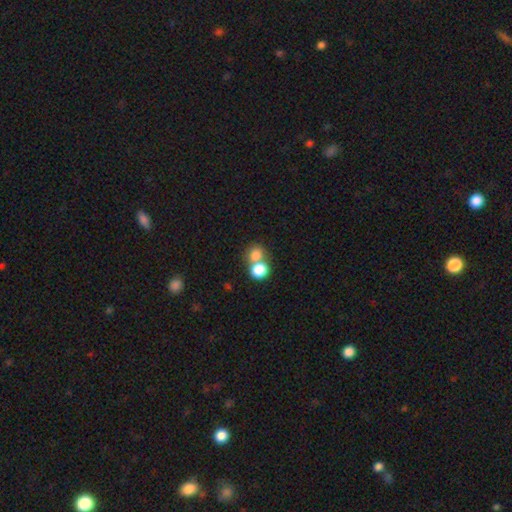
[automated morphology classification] Smooth or featured: smooth — 79% (featured or disk — 11%)
How rounded: round — 66% (in between — 33%)
Merging: merger — 59% (none — 32%)